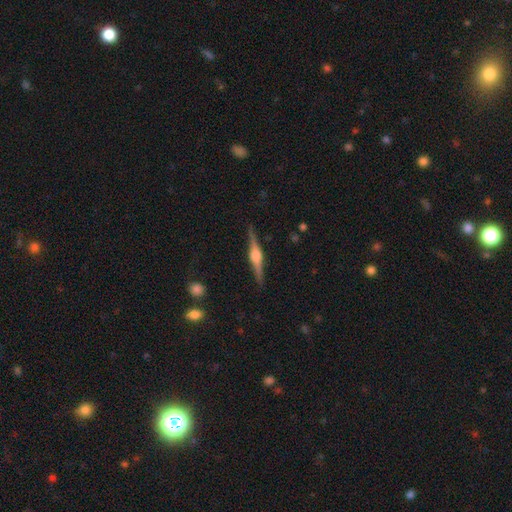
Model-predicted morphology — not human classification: smooth_or_featured: featured or disk (p=0.83) [alt: smooth p=0.12]
disk_edge_on: yes (p=0.98) [alt: no p=0.02]
edge_on_bulge: rounded (p=0.86) [alt: boxy p=0.12]
merging: none (p=0.90) [alt: minor disturbance p=0.07]